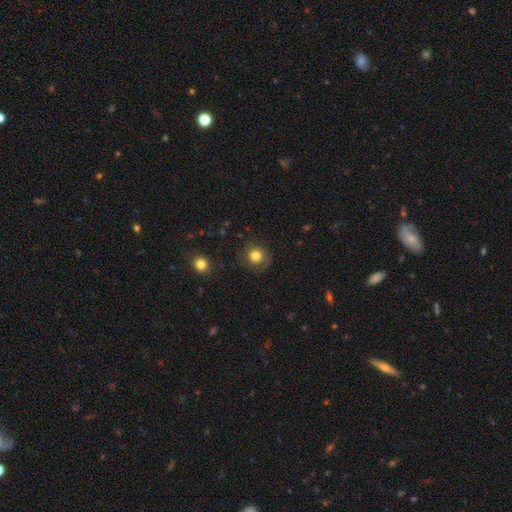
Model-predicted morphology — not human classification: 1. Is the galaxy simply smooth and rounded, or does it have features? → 79% smooth, 11% star or artifact, 9% featured or disk.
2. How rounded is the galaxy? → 90% round, 9% in between, 1% cigar-shaped.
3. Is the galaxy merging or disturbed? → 81% none, 12% minor disturbance, 6% major disturbance, 1% merger.